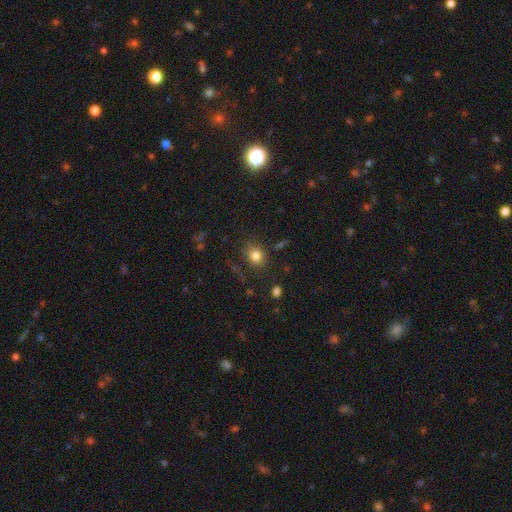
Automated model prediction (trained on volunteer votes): A smooth galaxy with no disk features (80%) that is round (69%). Merging: none (77%).